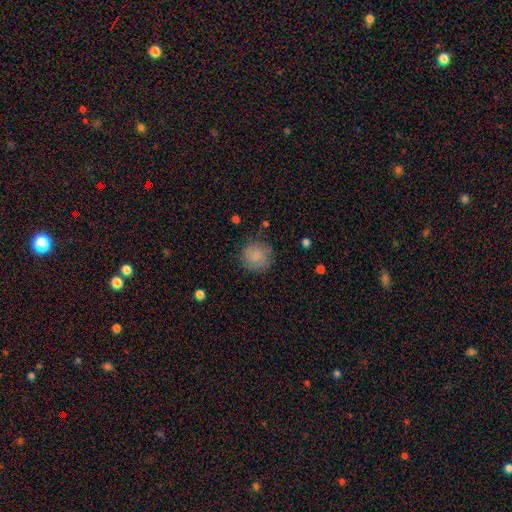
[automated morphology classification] A smooth galaxy with no disk features (86%) that is round (91%). Merging: none (81%).